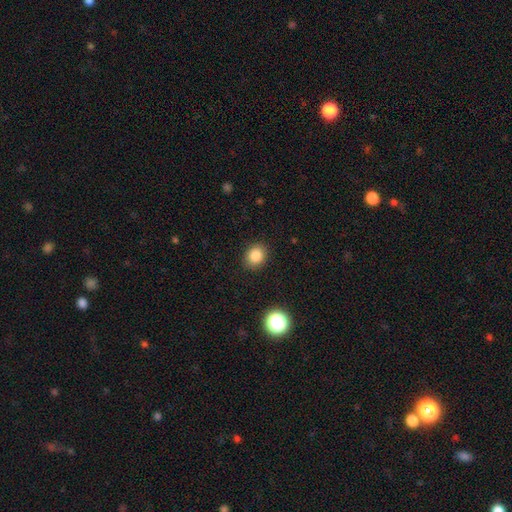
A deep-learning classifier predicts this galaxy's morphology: smooth 84%, star or artifact 11%, featured or disk 5%. Down the decision tree: how rounded — round (64%); merging — none (88%).